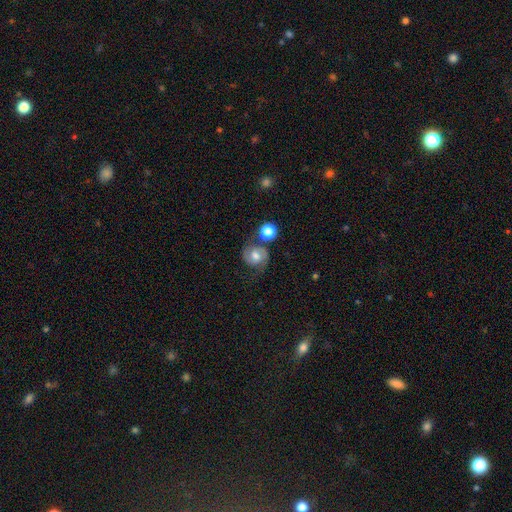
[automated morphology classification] Smooth or featured: featured or disk — 66% (smooth — 25%)
Edge-on disk: no — 98% (yes — 2%)
Bar: no — 55% (weak — 37%)
Spiral arms: yes — 93% (no — 7%)
Spiral winding: medium — 52% (tight — 27%)
Spiral arm count: 2 — 90% (can't tell — 5%)
Bulge size: moderate — 64% (small — 17%)
Merging: none — 64% (minor disturbance — 16%)